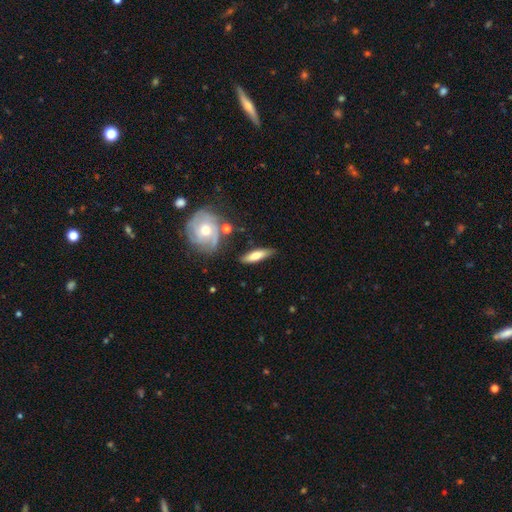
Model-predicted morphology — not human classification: Q: Smooth or featured?
A: smooth (59%); runner-up: featured or disk (35%)
Q: How rounded?
A: cigar-shaped (61%); runner-up: in between (37%)
Q: Merging?
A: none (76%); runner-up: minor disturbance (15%)